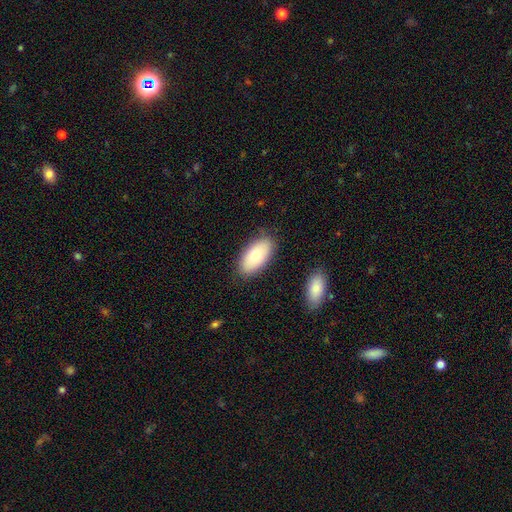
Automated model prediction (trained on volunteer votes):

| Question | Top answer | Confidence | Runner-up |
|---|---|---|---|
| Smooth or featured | smooth | 81% | featured or disk (13%) |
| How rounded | in between | 94% | cigar-shaped (4%) |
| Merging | none | 83% | minor disturbance (12%) |